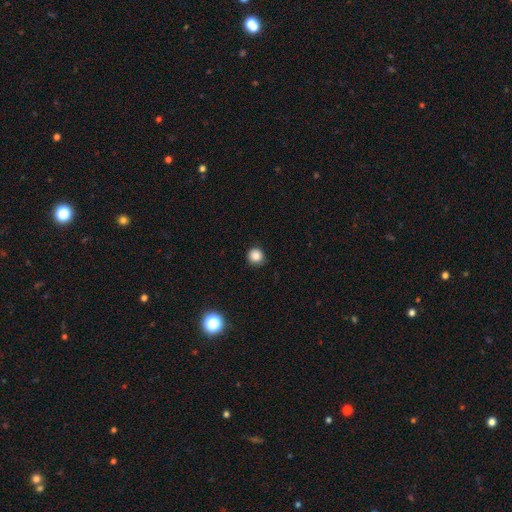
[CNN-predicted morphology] Smooth or featured: smooth — 85% (star or artifact — 12%)
How rounded: round — 94% (in between — 5%)
Merging: none — 88% (minor disturbance — 9%)